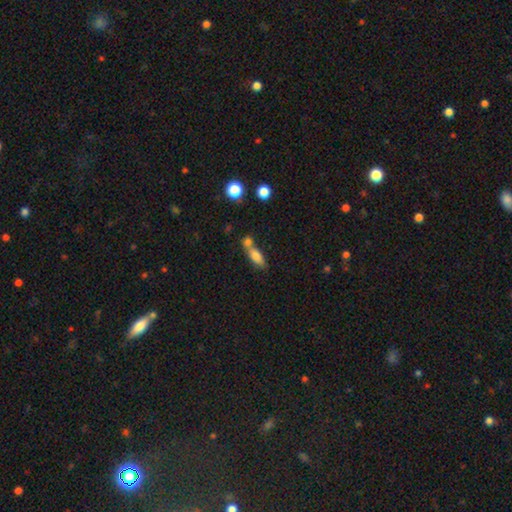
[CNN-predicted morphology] This appears to be a smooth galaxy with no disk features (75%) that is in between round and cigar-shaped (69%). Merging: merger (45%).